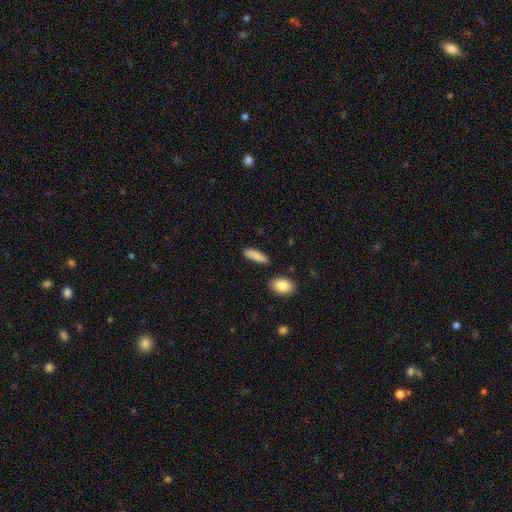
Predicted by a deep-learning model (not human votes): This is clearly a smooth galaxy (85%). How rounded: possibly cigar-shaped (49%). Merging: clearly none (83%).